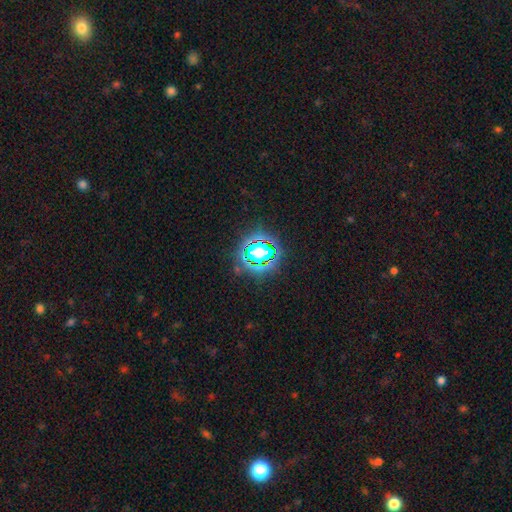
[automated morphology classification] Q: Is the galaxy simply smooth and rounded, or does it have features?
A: star or artifact — 57%.